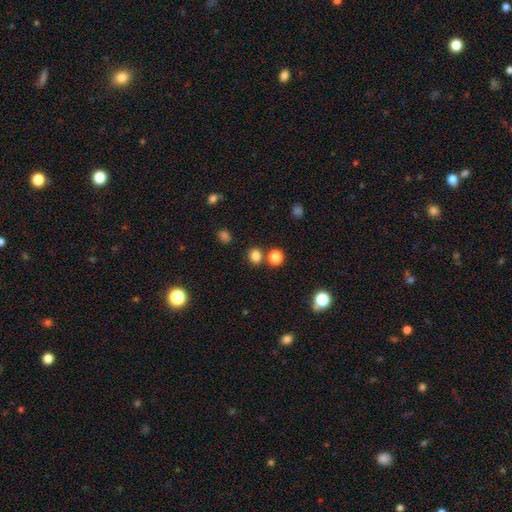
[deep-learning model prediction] This appears to be a smooth galaxy with no disk features (80%) that is round (79%). Merging: none (76%).